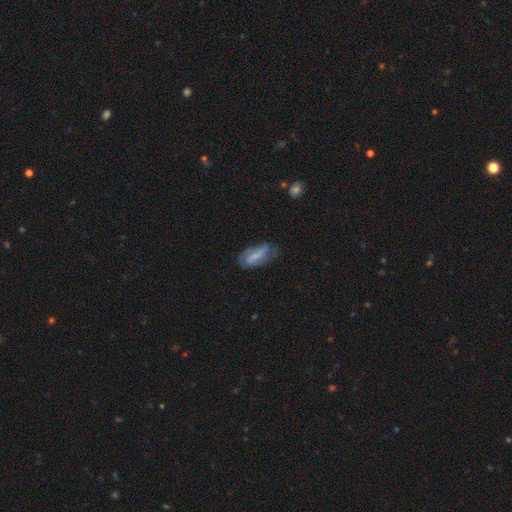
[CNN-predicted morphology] A featured or disk galaxy (48%).

Vote fractions:
- Smooth or featured? featured or disk: 48% / smooth: 44% / star or artifact: 8%
- Merging? none: 53% / minor disturbance: 31% / major disturbance: 13% / merger: 2%